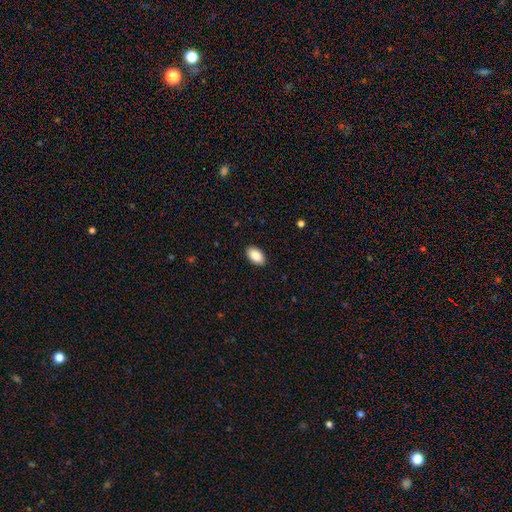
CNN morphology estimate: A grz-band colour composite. It shows a smooth galaxy with no disk features (88%) that is in between round and cigar-shaped (94%). Merging: none (90%).